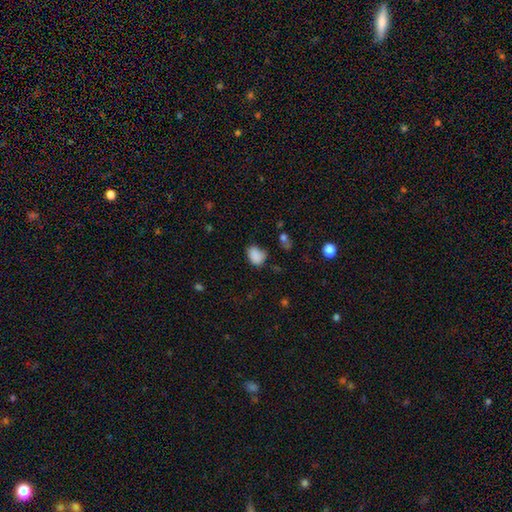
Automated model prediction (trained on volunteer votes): A smooth galaxy with no disk features (85%) that is in between round and cigar-shaped (74%).

Vote fractions:
- Smooth or featured? smooth: 85% / star or artifact: 10% / featured or disk: 5%
- How rounded? in between: 74% / round: 25% / cigar-shaped: 1%
- Merging? none: 61% / minor disturbance: 28% / major disturbance: 8% / merger: 3%